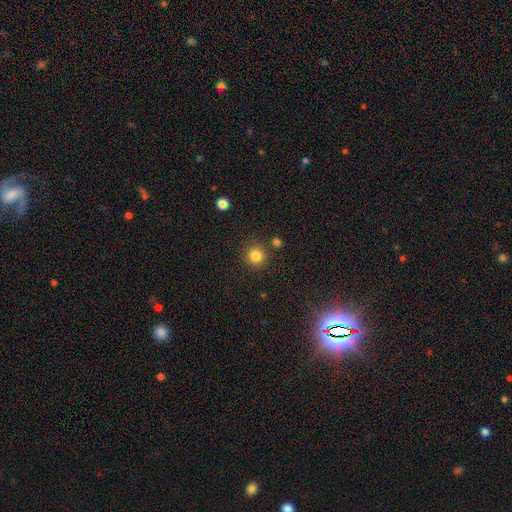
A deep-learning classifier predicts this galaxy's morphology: This is clearly a smooth galaxy (83%). How rounded: clearly round (94%). Merging: clearly none (86%).